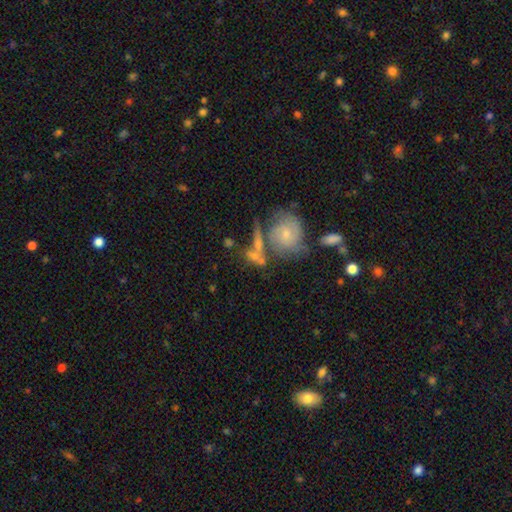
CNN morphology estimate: type=smooth (47%); merging=none (39%).